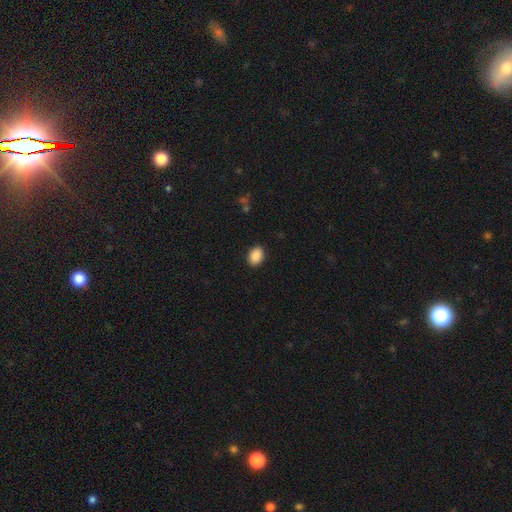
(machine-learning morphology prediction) This appears to be a smooth galaxy with no disk features (90%) that is in between round and cigar-shaped (80%). Merging: none (90%).